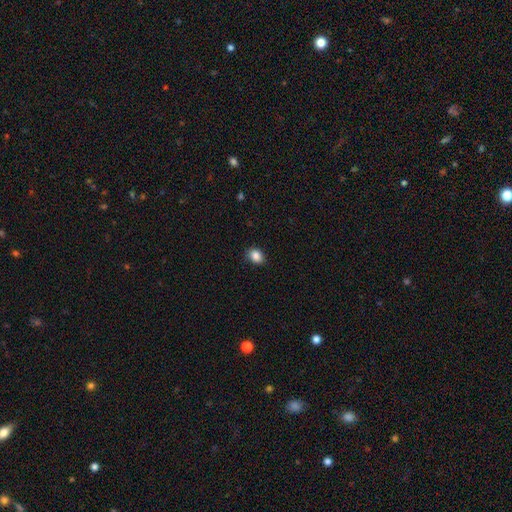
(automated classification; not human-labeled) A smooth galaxy with no disk features (86%) that is in between round and cigar-shaped (63%).

Vote fractions:
- Smooth or featured? smooth: 86% / star or artifact: 9% / featured or disk: 4%
- How rounded? in between: 63% / round: 36% / cigar-shaped: 1%
- Merging? none: 84% / minor disturbance: 12% / major disturbance: 2% / merger: 1%